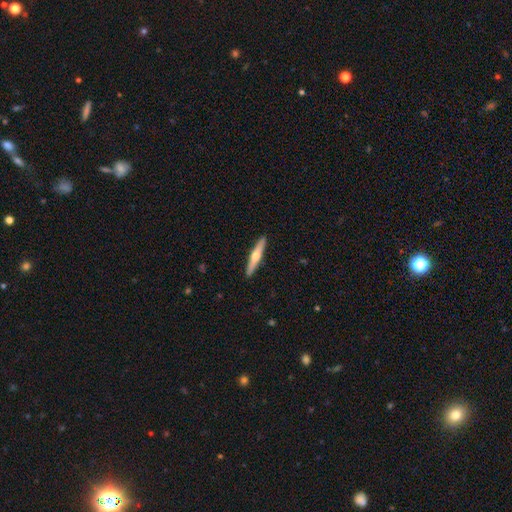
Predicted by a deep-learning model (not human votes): Morphology: type=featured or disk (56%); edge-on=yes (96%); edge-on bulge=rounded (92%); merging=none (92%).